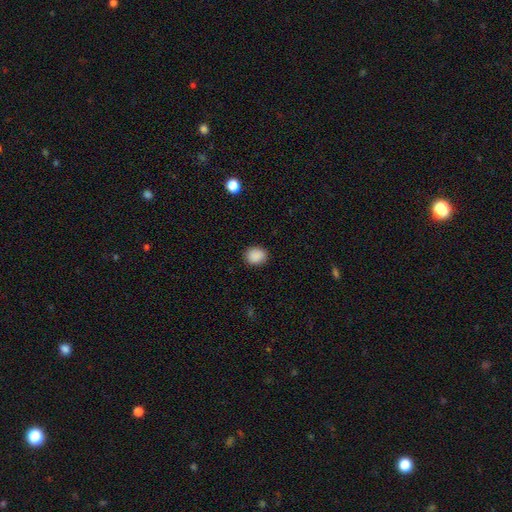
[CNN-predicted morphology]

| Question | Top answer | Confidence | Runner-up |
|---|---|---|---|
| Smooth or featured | smooth | 89% | star or artifact (9%) |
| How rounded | round | 65% | in between (35%) |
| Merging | none | 89% | minor disturbance (8%) |